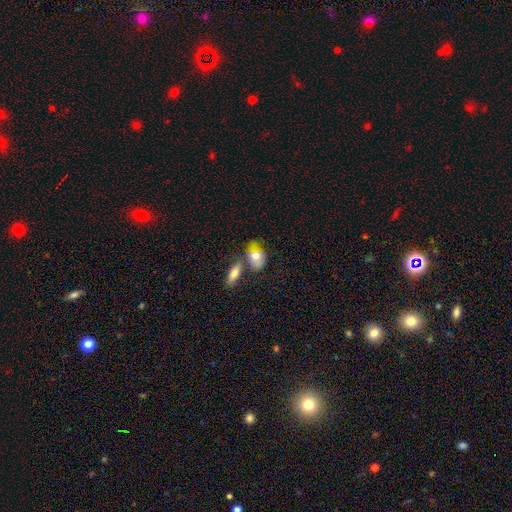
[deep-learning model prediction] A smooth galaxy with no disk features (70%) that is in between round and cigar-shaped (85%).

Vote fractions:
- Smooth or featured? smooth: 70% / featured or disk: 23% / star or artifact: 7%
- How rounded? in between: 85% / round: 11% / cigar-shaped: 3%
- Merging? none: 46% / merger: 31% / minor disturbance: 17% / major disturbance: 6%